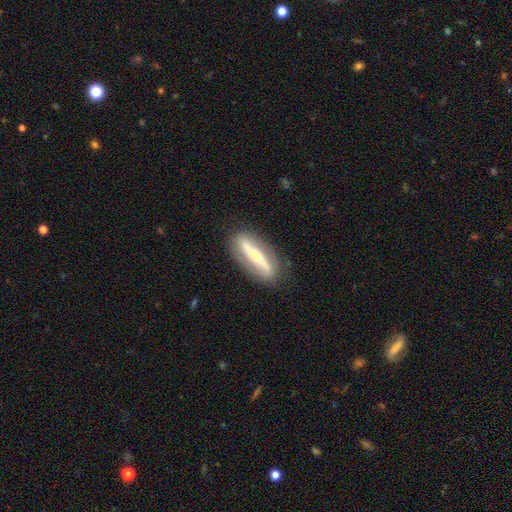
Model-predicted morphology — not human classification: Smooth or featured?
  - featured or disk: 67% *
  - smooth: 28%
  - star or artifact: 5%
Edge-on disk?
  - yes: 52% *
  - no: 48%
Merging?
  - none: 85% *
  - minor disturbance: 11%
  - major disturbance: 3%
  - merger: 1%